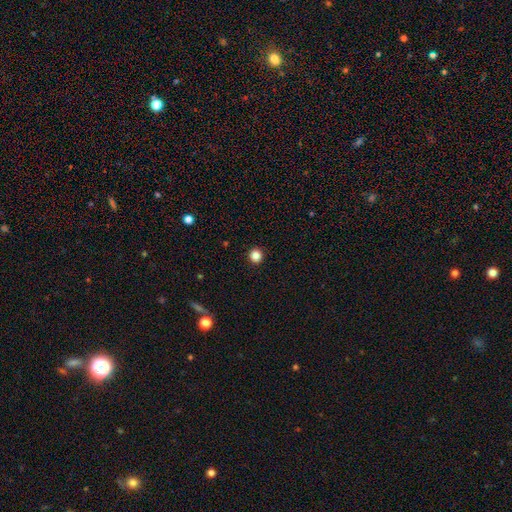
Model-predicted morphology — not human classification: Smooth or featured?
  - smooth: 85% *
  - star or artifact: 11%
  - featured or disk: 3%
How rounded?
  - round: 95% *
  - in between: 4%
  - cigar-shaped: 1%
Merging?
  - none: 94% *
  - minor disturbance: 4%
  - major disturbance: 1%
  - merger: 1%